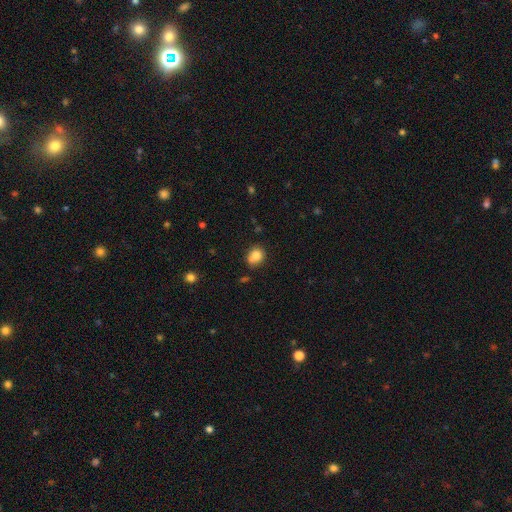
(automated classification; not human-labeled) Q: Smooth or featured?
A: smooth (81%); runner-up: star or artifact (11%)
Q: How rounded?
A: round (61%); runner-up: in between (38%)
Q: Merging?
A: none (61%); runner-up: minor disturbance (22%)